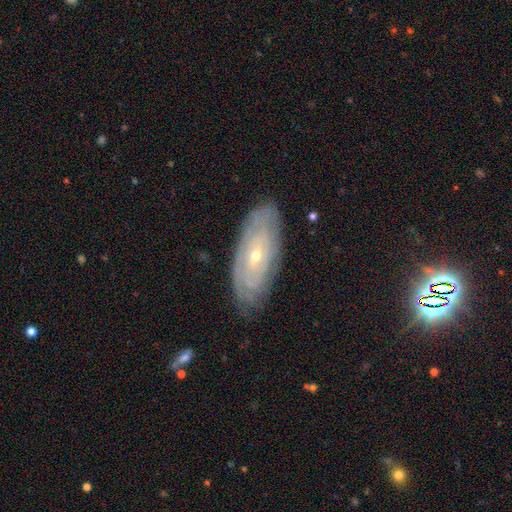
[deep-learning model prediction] This is likely a featured or disk galaxy (75%). It is clearly not viewed edge-on (88%). Bar: likely no (70%). Spiral arm pattern: clearly yes (81%). Spiral arm count: likely can't tell (63%). Spiral winding: likely tight (80%). Central bulge: likely small (66%). Merging: likely none (79%).